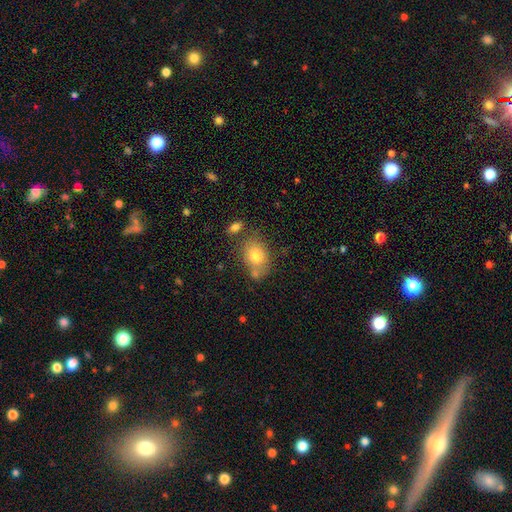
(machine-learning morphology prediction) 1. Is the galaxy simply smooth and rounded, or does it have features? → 77% smooth, 14% featured or disk, 9% star or artifact.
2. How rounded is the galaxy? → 67% in between, 32% round, 1% cigar-shaped.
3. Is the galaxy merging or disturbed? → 61% none, 17% minor disturbance, 16% merger, 5% major disturbance.